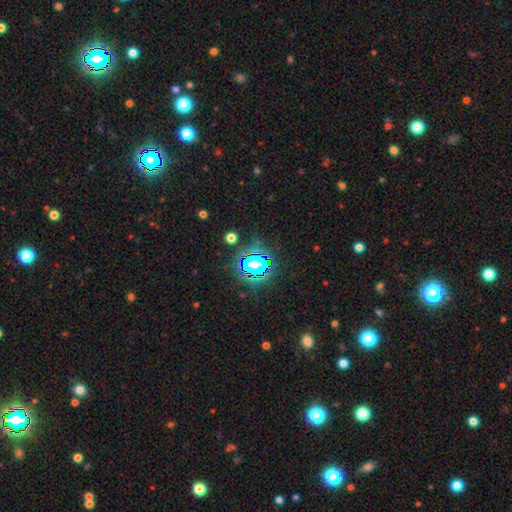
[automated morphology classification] Overall: star or artifact (79%).